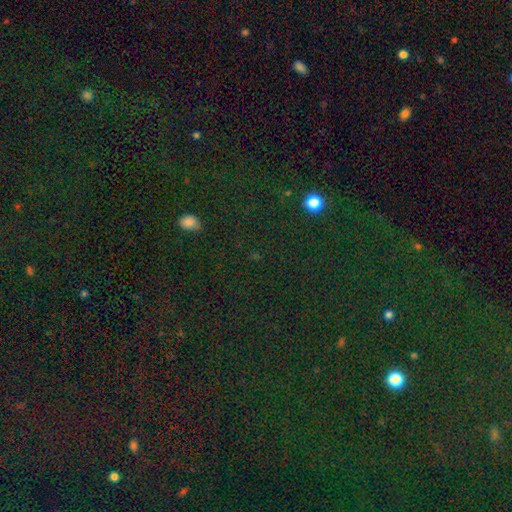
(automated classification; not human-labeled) Q: Smooth or featured?
A: star or artifact (73%); runner-up: smooth (19%)